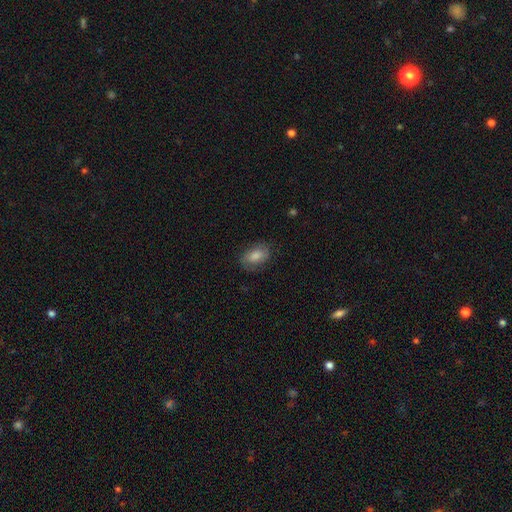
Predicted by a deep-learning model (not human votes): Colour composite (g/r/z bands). It shows a smooth galaxy with no disk features (71%) that is in between round and cigar-shaped (87%). Merging: none (74%).